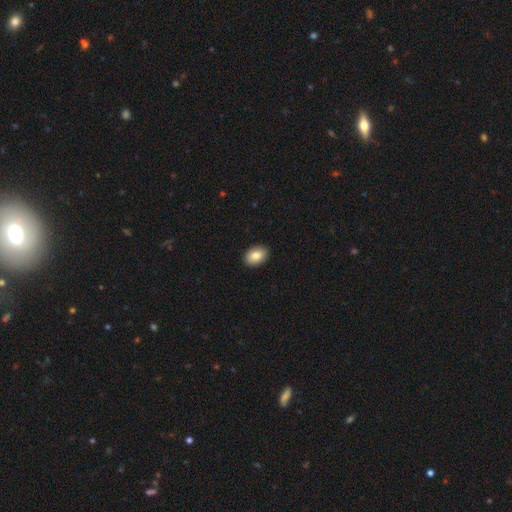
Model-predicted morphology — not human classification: Q: Smooth or featured?
A: smooth (86%); runner-up: featured or disk (7%)
Q: How rounded?
A: in between (83%); runner-up: round (16%)
Q: Merging?
A: none (91%); runner-up: minor disturbance (6%)